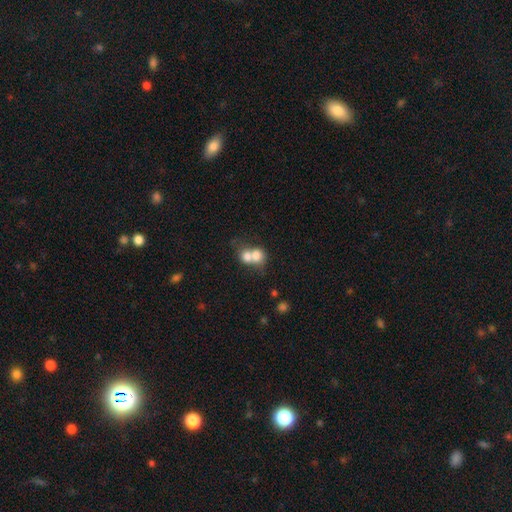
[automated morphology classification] Smooth or featured: smooth — 73% (featured or disk — 18%)
How rounded: round — 66% (in between — 33%)
Merging: merger — 71% (none — 20%)